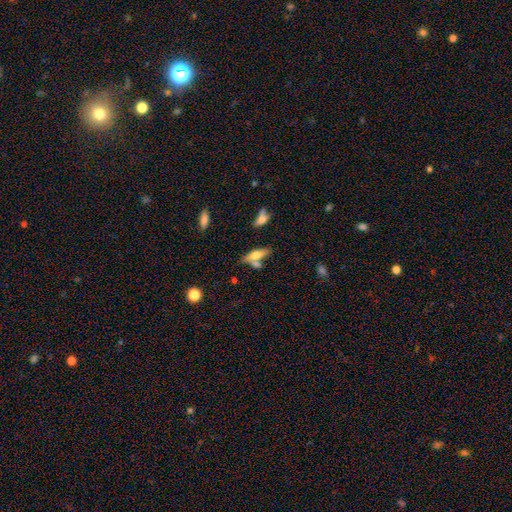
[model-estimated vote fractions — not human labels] Overall: smooth (61%; featured or disk 31%). How rounded: in between (54%; cigar-shaped 43%). Merging: none (52%; merger 28%).